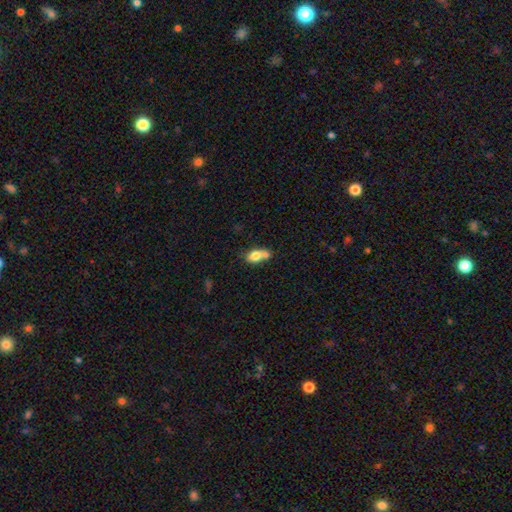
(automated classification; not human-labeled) Q: Smooth or featured?
A: smooth (75%); runner-up: featured or disk (17%)
Q: How rounded?
A: in between (77%); runner-up: round (19%)
Q: Merging?
A: merger (47%); runner-up: none (32%)